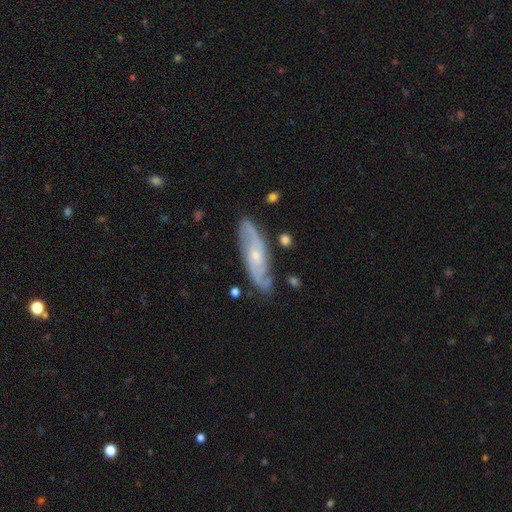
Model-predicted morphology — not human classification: Smooth or featured? Predicted: featured or disk (p=0.80). Edge-on disk? Predicted: no (p=0.85). Bar? Predicted: no (p=0.63). Spiral arms? Predicted: yes (p=0.94). Spiral winding? Predicted: medium (p=0.46). Spiral arm count? Predicted: 2 (p=0.75). Bulge size? Predicted: small (p=0.64). Merging? Predicted: none (p=0.79).